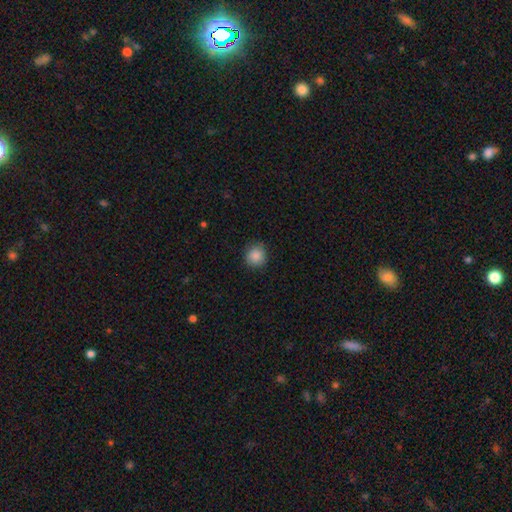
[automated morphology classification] Smooth or featured? Predicted: smooth (p=0.87). How rounded? Predicted: round (p=0.89). Merging? Predicted: none (p=0.87).